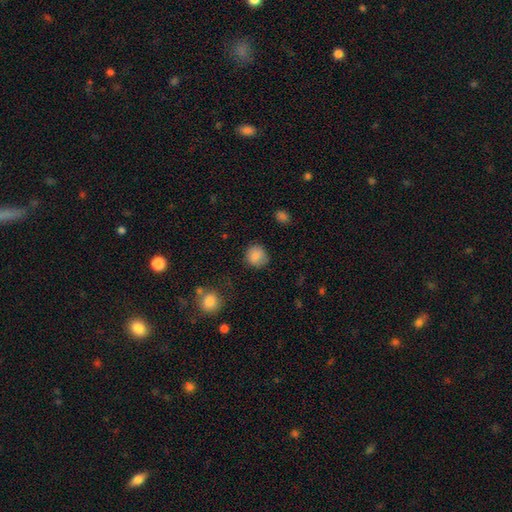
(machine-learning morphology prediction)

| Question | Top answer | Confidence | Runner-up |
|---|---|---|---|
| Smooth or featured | smooth | 85% | star or artifact (9%) |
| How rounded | round | 87% | in between (12%) |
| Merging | none | 82% | minor disturbance (13%) |